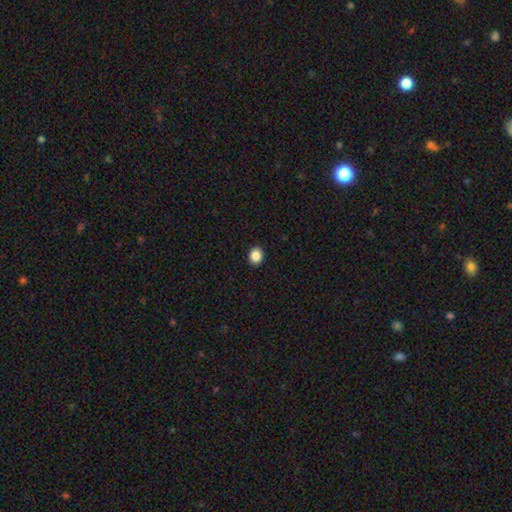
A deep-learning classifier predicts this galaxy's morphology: Smooth or featured: smooth — 87% (star or artifact — 9%)
How rounded: round — 57% (in between — 42%)
Merging: none — 92% (minor disturbance — 6%)